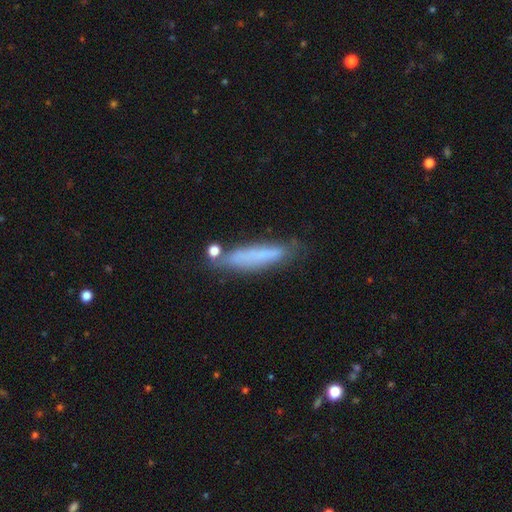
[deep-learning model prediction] This appears to be a smooth galaxy with no disk features (67%) that is cigar-shaped (84%). Merging: none (66%).